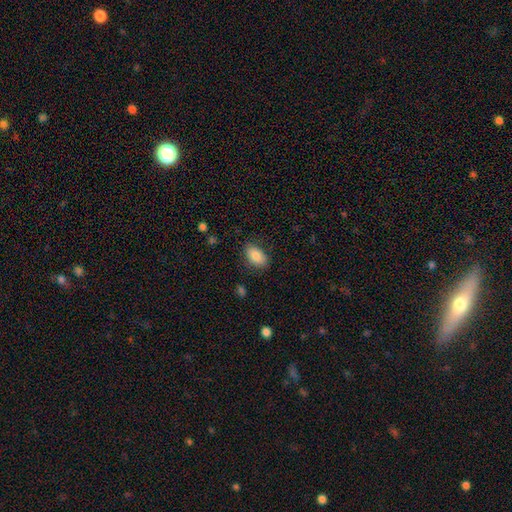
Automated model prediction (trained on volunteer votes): smooth_or_featured: smooth (p=0.84) [alt: featured or disk p=0.08]
how_rounded: in between (p=0.90) [alt: round p=0.08]
merging: none (p=0.82) [alt: minor disturbance p=0.13]